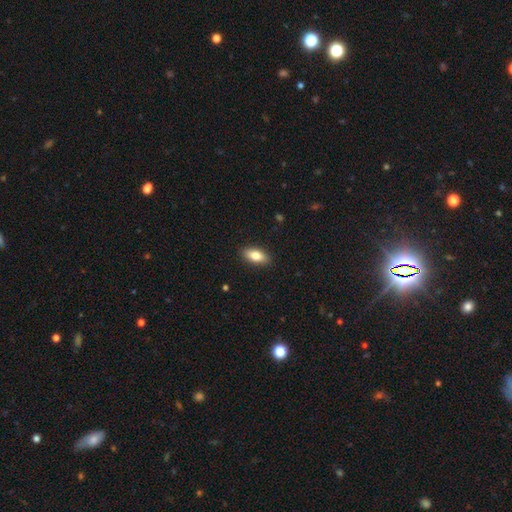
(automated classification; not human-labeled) Smooth or featured?
  - smooth: 80% *
  - featured or disk: 14%
  - star or artifact: 7%
How rounded?
  - in between: 86% *
  - cigar-shaped: 11%
  - round: 3%
Merging?
  - none: 89% *
  - minor disturbance: 8%
  - major disturbance: 2%
  - merger: 1%